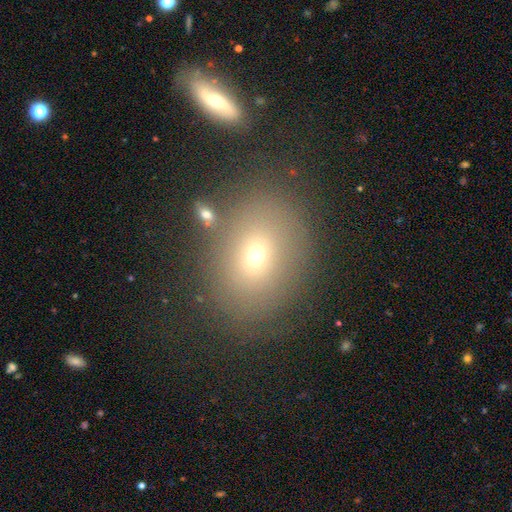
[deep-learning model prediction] This is likely a smooth galaxy (65%). How rounded: possibly in between (55%). Merging: likely none (71%).